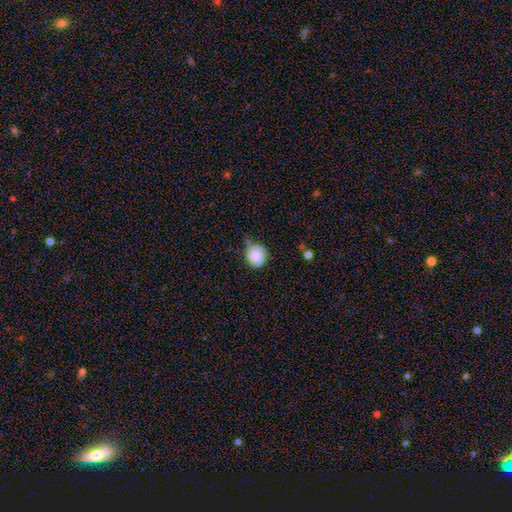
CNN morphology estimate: The model was most divided on "merging": none: 58%, minor disturbance: 31%, major disturbance: 7%, merger: 4%. More confident: how rounded — round (80%); smooth or featured — smooth (71%).